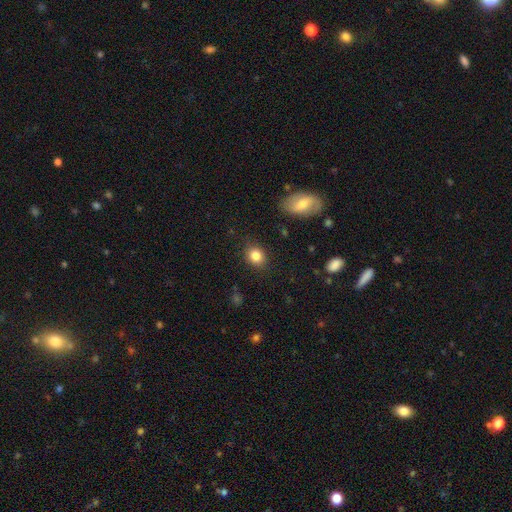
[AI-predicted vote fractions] smooth_or_featured: smooth (p=0.84) [alt: star or artifact p=0.10]
how_rounded: round (p=0.55) [alt: in between p=0.44]
merging: none (p=0.85) [alt: minor disturbance p=0.11]